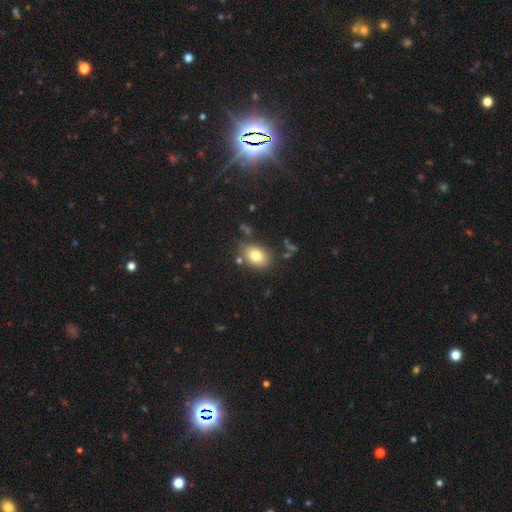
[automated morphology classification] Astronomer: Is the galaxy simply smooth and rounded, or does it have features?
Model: smooth — 80%.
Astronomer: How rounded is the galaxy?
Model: in between — 78%.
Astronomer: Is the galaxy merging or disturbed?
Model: none — 78%.